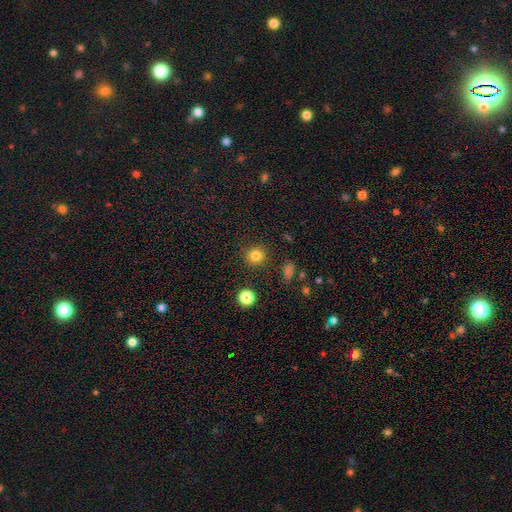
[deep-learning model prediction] A smooth galaxy with no disk features (82%) that is round (91%).

Vote fractions:
- Smooth or featured? smooth: 82% / star or artifact: 13% / featured or disk: 5%
- How rounded? round: 91% / in between: 8% / cigar-shaped: 1%
- Merging? none: 89% / minor disturbance: 6% / major disturbance: 2% / merger: 2%